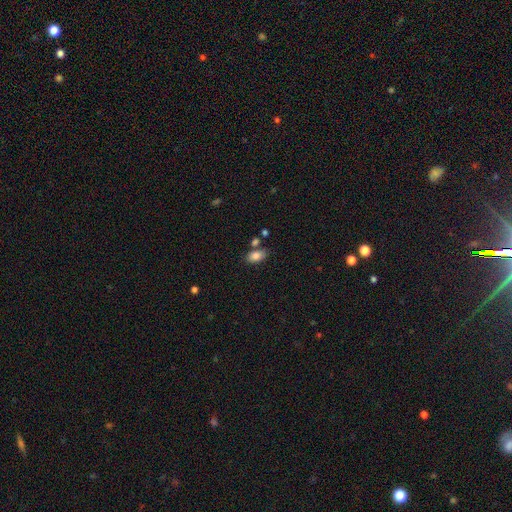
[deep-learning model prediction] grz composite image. It shows a smooth galaxy with no disk features (84%) that is in between round and cigar-shaped (91%). Merging: none (68%).